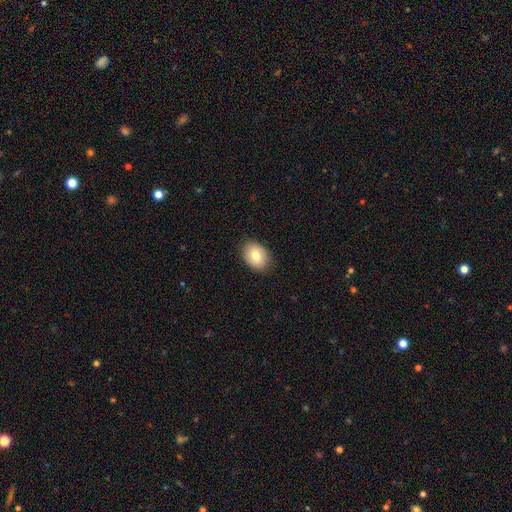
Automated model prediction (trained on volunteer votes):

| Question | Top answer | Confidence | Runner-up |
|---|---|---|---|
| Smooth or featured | smooth | 79% | featured or disk (13%) |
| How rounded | in between | 69% | round (30%) |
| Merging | none | 88% | minor disturbance (9%) |